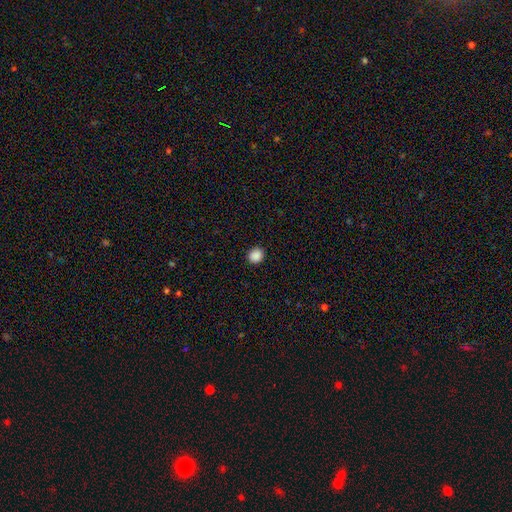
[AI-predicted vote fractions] A smooth galaxy with no disk features (88%) that is round (81%).

Vote fractions:
- Smooth or featured? smooth: 88% / star or artifact: 10% / featured or disk: 2%
- How rounded? round: 81% / in between: 19% / cigar-shaped: 1%
- Merging? none: 91% / minor disturbance: 6% / major disturbance: 2% / merger: 1%